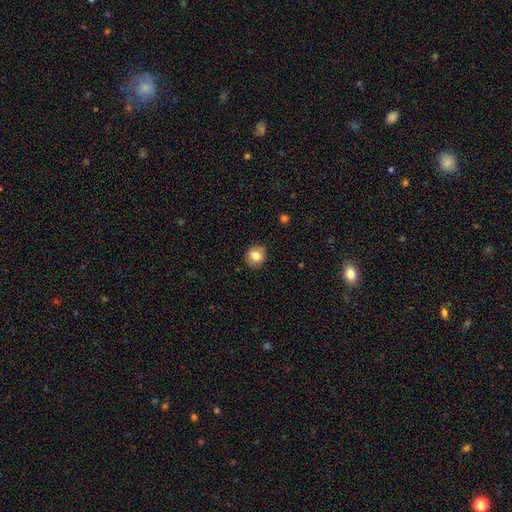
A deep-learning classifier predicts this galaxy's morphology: Smooth or featured: smooth — 81% (featured or disk — 10%)
How rounded: round — 83% (in between — 16%)
Merging: none — 87% (minor disturbance — 9%)